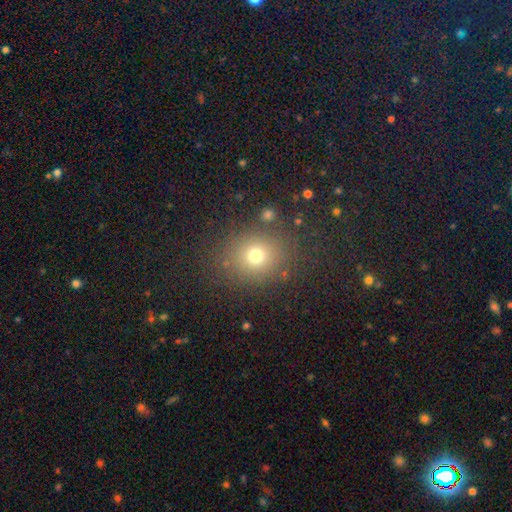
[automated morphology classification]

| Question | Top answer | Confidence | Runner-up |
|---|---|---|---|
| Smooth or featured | smooth | 71% | star or artifact (19%) |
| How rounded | round | 76% | in between (23%) |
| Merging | none | 82% | minor disturbance (10%) |